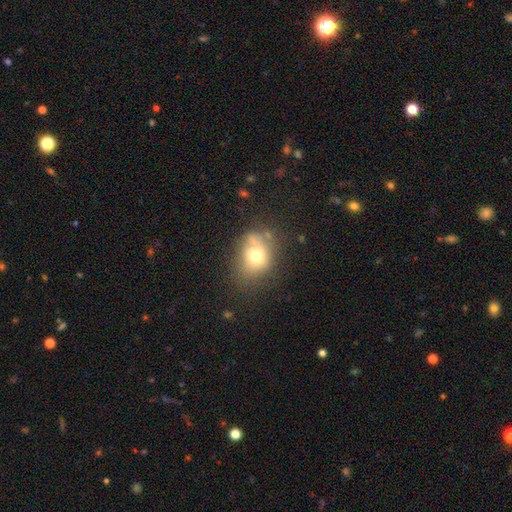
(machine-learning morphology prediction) A smooth galaxy with no disk features (68%) that is round (50%).

Vote fractions:
- Smooth or featured? smooth: 68% / featured or disk: 19% / star or artifact: 13%
- How rounded? round: 50% / in between: 49% / cigar-shaped: 1%
- Merging? none: 57% / minor disturbance: 24% / major disturbance: 12% / merger: 7%